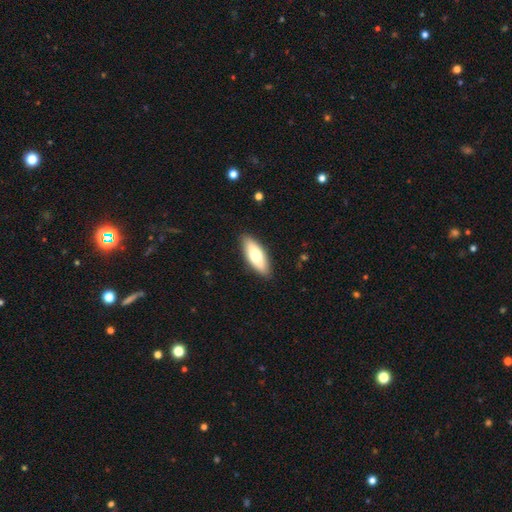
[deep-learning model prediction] This appears to be a smooth galaxy with no disk features (67%) that is in between round and cigar-shaped (73%). Merging: none (88%).